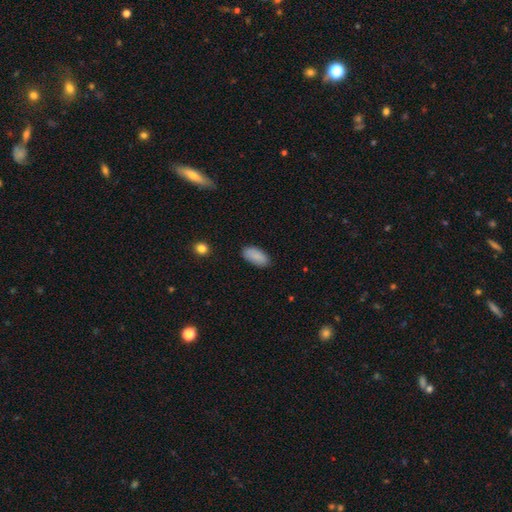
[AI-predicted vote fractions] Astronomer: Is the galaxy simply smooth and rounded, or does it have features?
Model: smooth — 88%.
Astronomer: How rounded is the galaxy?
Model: in between — 93%.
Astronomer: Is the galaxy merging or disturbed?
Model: none — 86%.